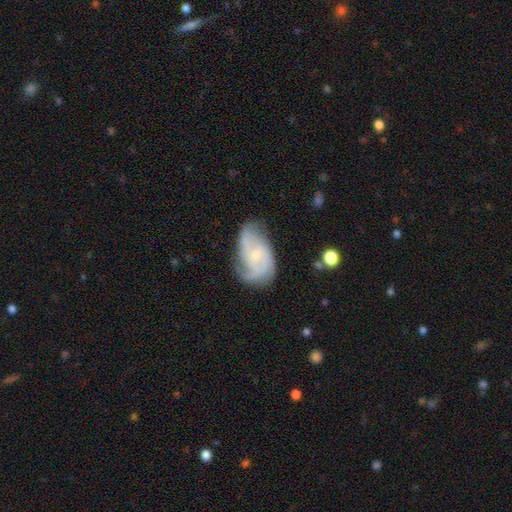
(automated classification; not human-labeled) The model was most divided on "spiral arm count": 3: 34%, 2: 29%, can't tell: 20%, 4: 8%, 1: 5%, more than 4: 4%. Remaining: edge-on disk — no (97%); spiral arms — yes (95%); smooth or featured — featured or disk (80%); bulge size — small (72%); merging — none (61%); bar — no (56%); spiral winding — medium (47%).